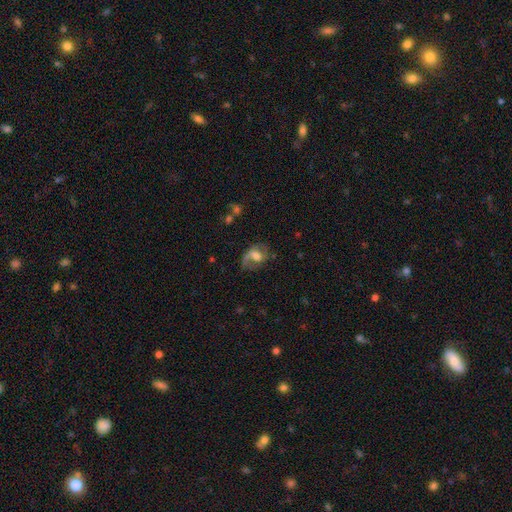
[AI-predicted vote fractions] A featured or disk galaxy (60%) with a weak bar (44%), spiral arms (80%) and a moderate central bulge (50%). Merging: none (49%).